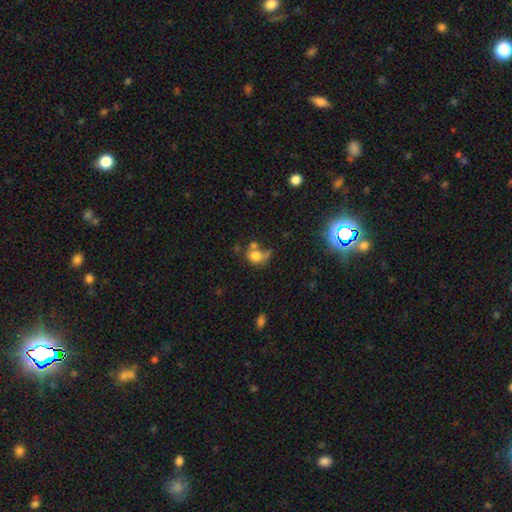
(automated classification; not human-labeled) Smooth or featured: smooth — 72% (featured or disk — 15%)
How rounded: round — 54% (in between — 45%)
Merging: none — 32% (merger — 30%)